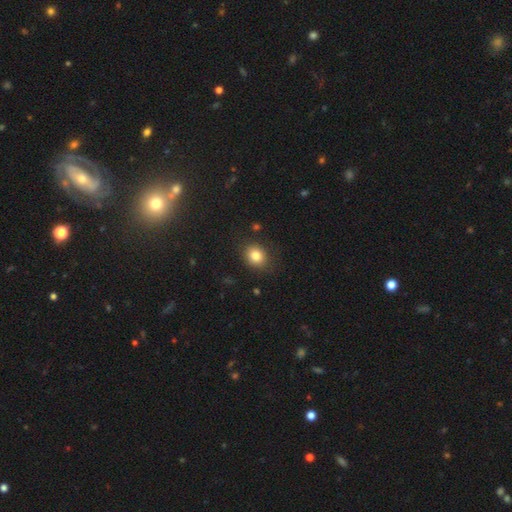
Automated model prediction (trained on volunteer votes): Smooth or featured? Predicted: smooth (p=0.82). How rounded? Predicted: round (p=0.60). Merging? Predicted: none (p=0.83).